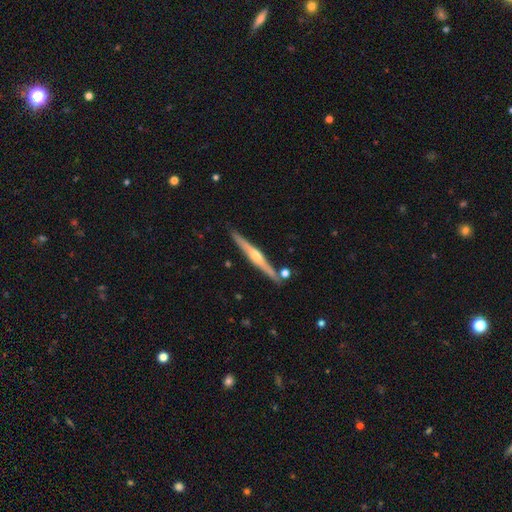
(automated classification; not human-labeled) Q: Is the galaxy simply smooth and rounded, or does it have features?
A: featured or disk — 77%.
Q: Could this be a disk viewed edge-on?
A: yes — 98%.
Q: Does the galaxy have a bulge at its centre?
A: rounded — 85%.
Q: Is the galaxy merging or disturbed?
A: none — 86%.